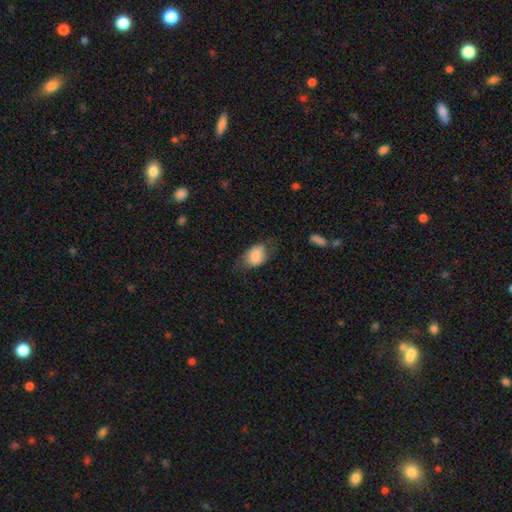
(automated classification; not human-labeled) A smooth galaxy with no disk features (80%) that is in between round and cigar-shaped (80%).

Vote fractions:
- Smooth or featured? smooth: 80% / featured or disk: 13% / star or artifact: 7%
- How rounded? in between: 80% / round: 19% / cigar-shaped: 1%
- Merging? none: 57% / minor disturbance: 27% / major disturbance: 14% / merger: 2%